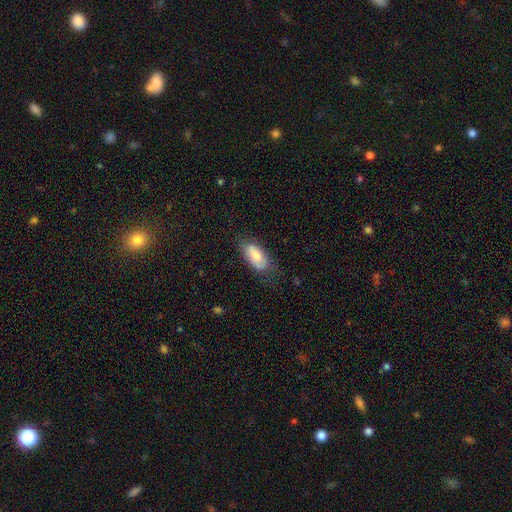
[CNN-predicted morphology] Q: Smooth or featured?
A: smooth (76%); runner-up: featured or disk (18%)
Q: How rounded?
A: in between (91%); runner-up: cigar-shaped (6%)
Q: Merging?
A: none (62%); runner-up: minor disturbance (27%)